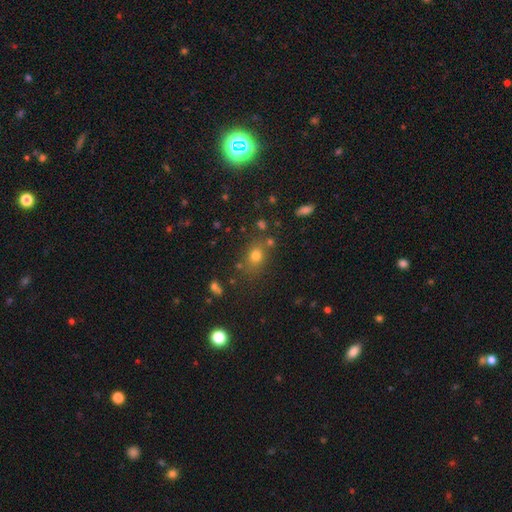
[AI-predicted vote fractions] Smooth or featured: smooth — 70% (star or artifact — 20%)
How rounded: round — 56% (in between — 42%)
Merging: none — 75% (minor disturbance — 13%)